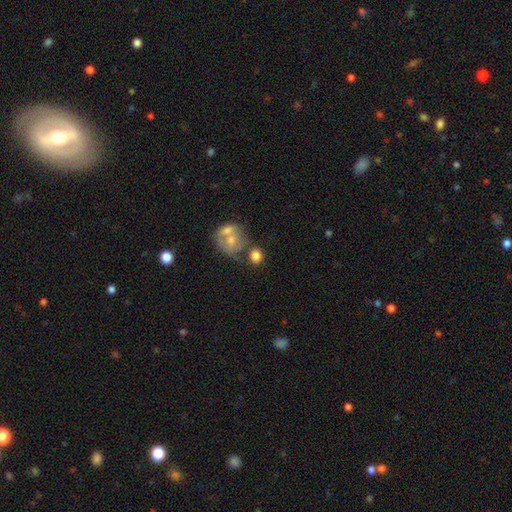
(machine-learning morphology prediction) This appears to be a smooth galaxy with no disk features (77%) that is round (67%). Merging: none (49%).